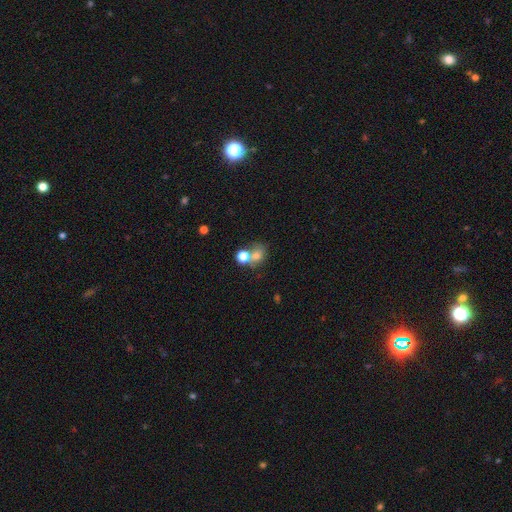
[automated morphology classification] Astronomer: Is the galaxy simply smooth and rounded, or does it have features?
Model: smooth — 71%.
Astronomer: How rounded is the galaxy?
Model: round — 62%.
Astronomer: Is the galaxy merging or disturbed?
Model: merger — 44% (runner-up: none, 37%).